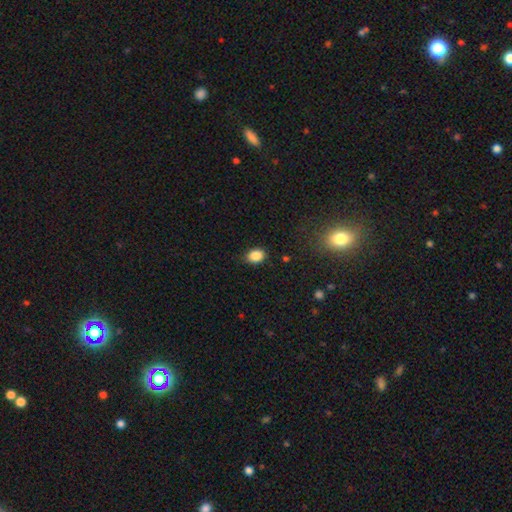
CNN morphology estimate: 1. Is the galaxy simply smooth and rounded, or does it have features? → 87% smooth, 10% star or artifact, 4% featured or disk.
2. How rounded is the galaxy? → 64% in between, 35% round, 1% cigar-shaped.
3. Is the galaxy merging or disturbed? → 83% none, 13% minor disturbance, 3% major disturbance, 1% merger.